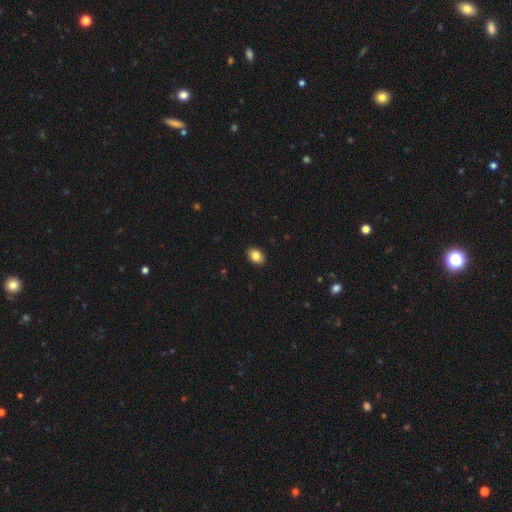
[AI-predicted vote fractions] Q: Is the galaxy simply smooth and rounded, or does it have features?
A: smooth — 85%.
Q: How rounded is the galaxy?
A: in between — 76%.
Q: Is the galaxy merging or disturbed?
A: none — 90%.